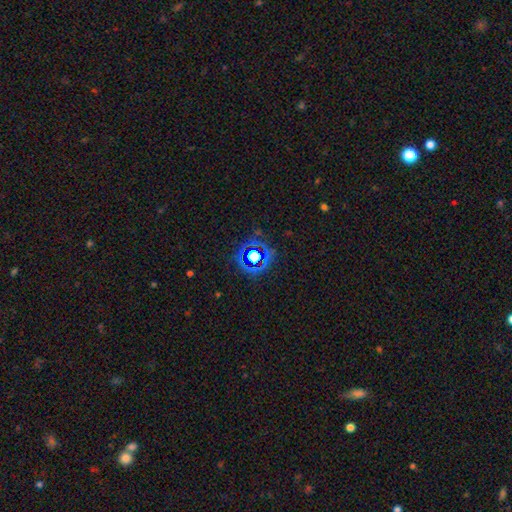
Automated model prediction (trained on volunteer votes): A star or artifact, not a galaxy (68%).